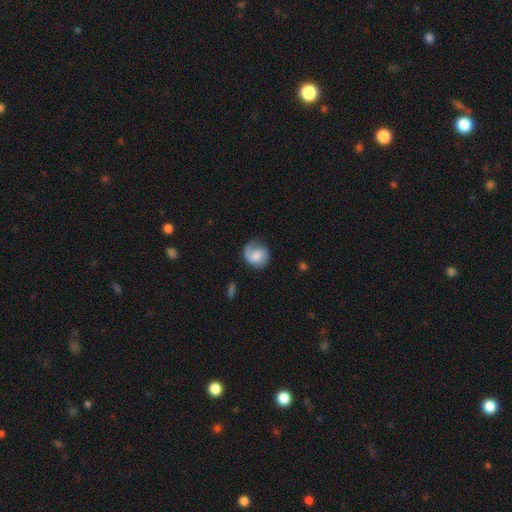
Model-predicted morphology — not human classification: smooth-or-featured: featured or disk: 66% | smooth: 27% | star or artifact: 6%
  disk-edge-on: no: 98% | yes: 2%
    bar: no: 56% | weak: 38% | strong: 7%
    has-spiral-arms: yes: 94% | no: 6%
      spiral-winding: medium: 43% | tight: 30% | loose: 27%
      spiral-arm-count: 2: 54% | 1: 38% | can't tell: 5% | 3: 1% | 4: 1% | more than 4: 1%
    bulge-size: moderate: 30% | none: 25% | small: 21% | large: 21% | dominant: 3%
  merging: none: 67% | minor disturbance: 20% | major disturbance: 11% | merger: 2%